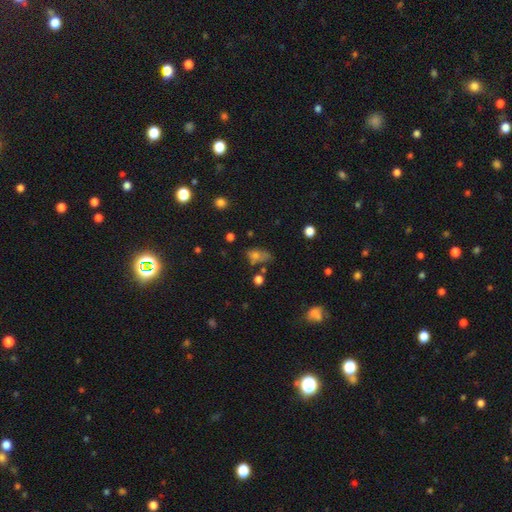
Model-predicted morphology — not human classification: Smooth or featured: smooth — 66% (star or artifact — 19%)
How rounded: in between — 76% (round — 19%)
Merging: none — 44% (minor disturbance — 27%)